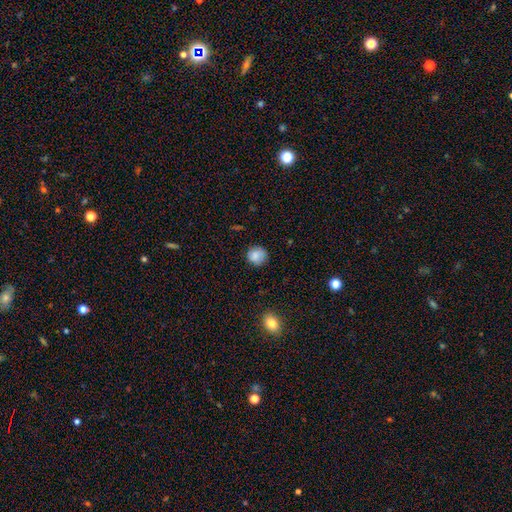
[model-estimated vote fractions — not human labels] Smooth or featured: smooth — 83% (star or artifact — 9%)
How rounded: round — 88% (in between — 11%)
Merging: none — 82% (minor disturbance — 14%)